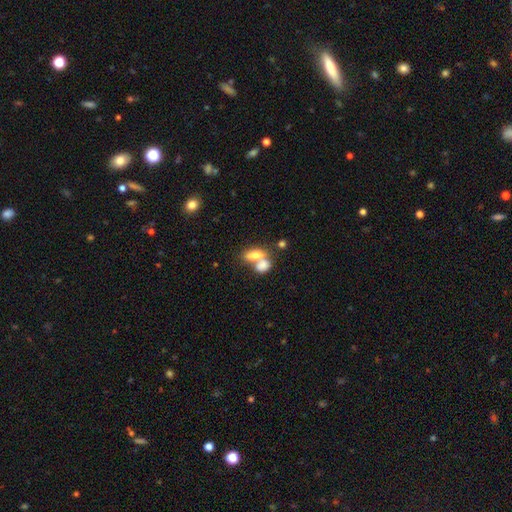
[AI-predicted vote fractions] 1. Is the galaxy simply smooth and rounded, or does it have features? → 73% smooth, 18% featured or disk, 9% star or artifact.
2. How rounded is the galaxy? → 79% in between, 11% round, 10% cigar-shaped.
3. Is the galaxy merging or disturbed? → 62% merger, 26% none, 7% minor disturbance, 5% major disturbance.